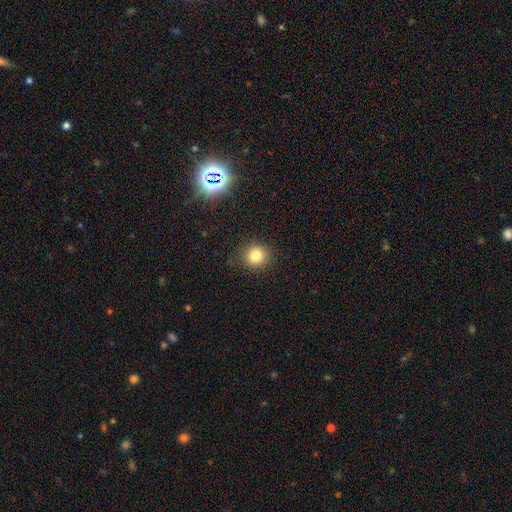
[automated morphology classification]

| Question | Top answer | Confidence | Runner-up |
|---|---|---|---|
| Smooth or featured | smooth | 81% | star or artifact (13%) |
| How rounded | round | 89% | in between (10%) |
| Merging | none | 88% | minor disturbance (8%) |